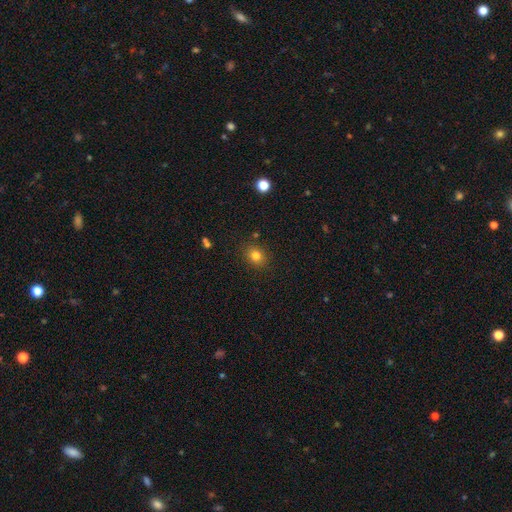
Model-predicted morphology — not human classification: type=smooth (81%); roundness=round (65%); merging=none (86%).